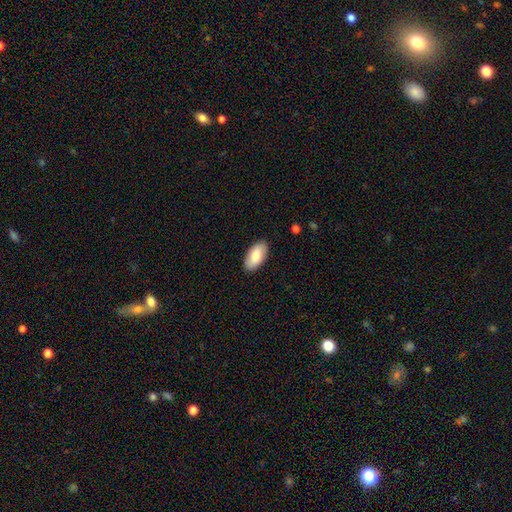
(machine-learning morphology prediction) Overall: smooth (79%). How rounded: in between (95%). Merging: none (89%).